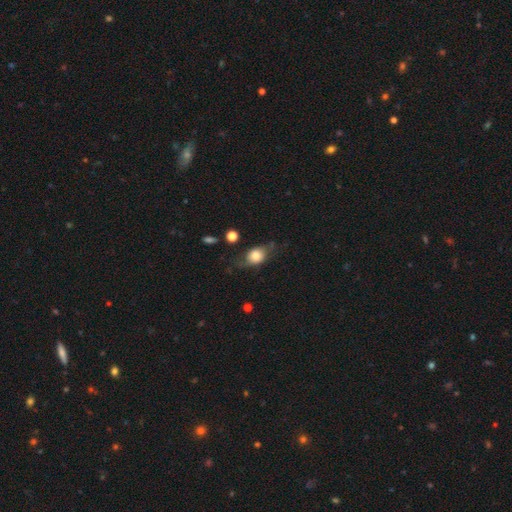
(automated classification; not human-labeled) smooth_or_featured: smooth (p=0.65) [alt: featured or disk p=0.26]
how_rounded: in between (p=0.53) [alt: round p=0.44]
merging: none (p=0.59) [alt: minor disturbance p=0.25]